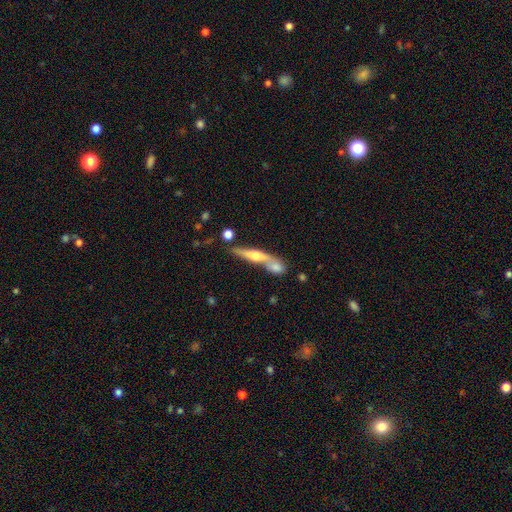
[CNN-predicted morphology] smooth-or-featured: featured or disk: 60% | smooth: 32% | star or artifact: 7%
  disk-edge-on: yes: 87% | no: 13%
    edge-on-bulge: rounded: 86% | none: 8% | boxy: 6%
  merging: none: 43% | merger: 40% | minor disturbance: 11% | major disturbance: 5%